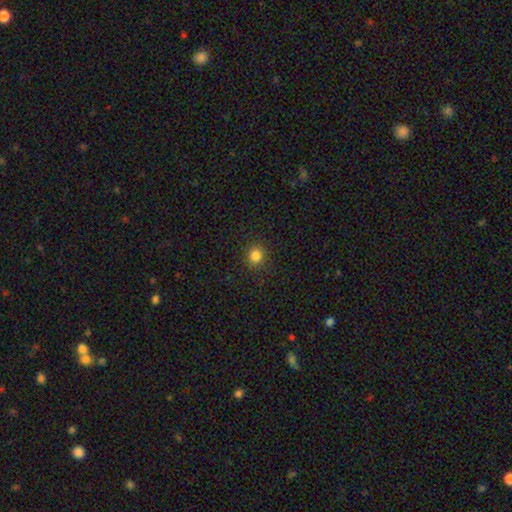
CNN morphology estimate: Overall: smooth (83%). How rounded: round (84%). Merging: none (90%).